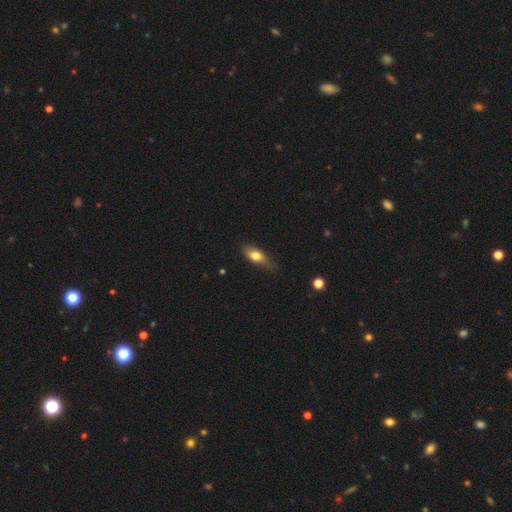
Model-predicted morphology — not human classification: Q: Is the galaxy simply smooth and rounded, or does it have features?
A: smooth — 72%.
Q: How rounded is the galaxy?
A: in between — 72%.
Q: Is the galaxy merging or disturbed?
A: none — 63%.